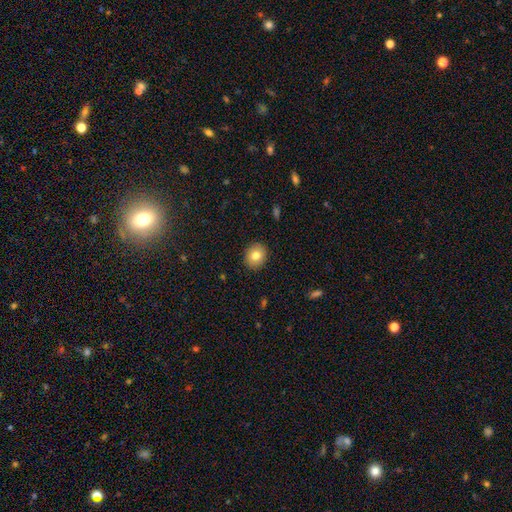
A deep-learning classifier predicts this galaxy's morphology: This is likely a smooth galaxy (79%). How rounded: likely round (73%). Merging: clearly none (91%).